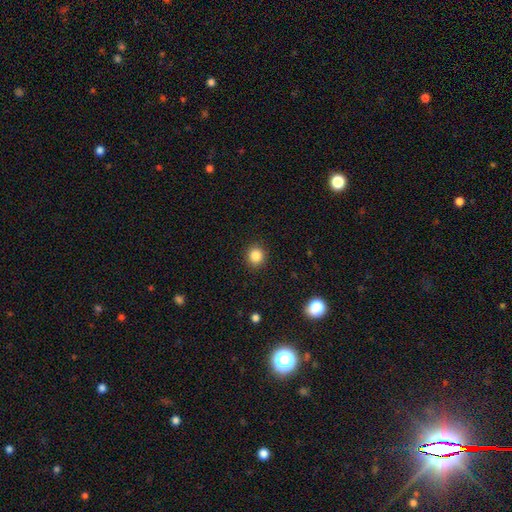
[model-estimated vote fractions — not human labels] Overall: smooth (86%). How rounded: round (88%). Merging: none (91%).